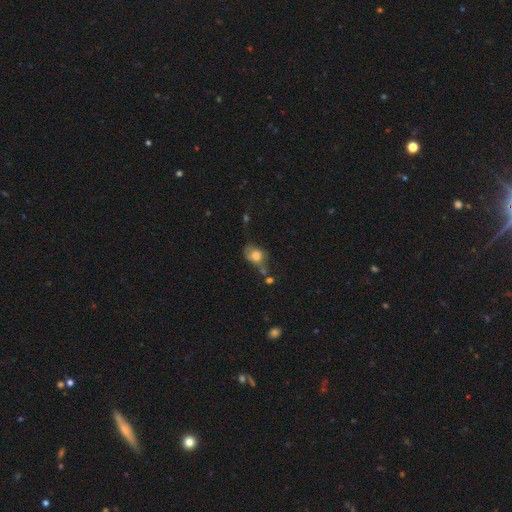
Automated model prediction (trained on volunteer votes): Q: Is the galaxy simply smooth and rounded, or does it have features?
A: smooth — 74%.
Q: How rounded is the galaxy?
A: in between — 55%.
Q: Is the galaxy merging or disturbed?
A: none — 40%.